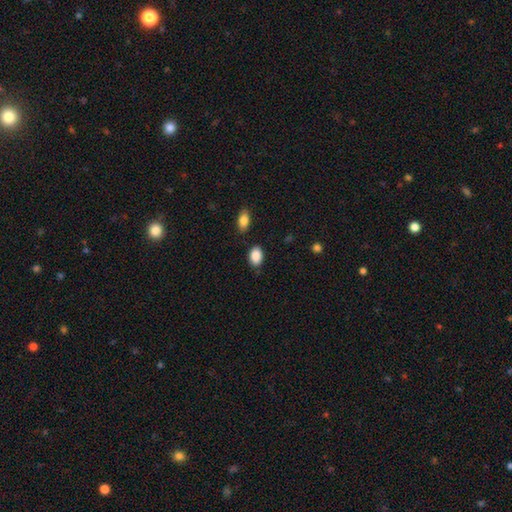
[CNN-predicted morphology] This is clearly a smooth galaxy (89%). How rounded: clearly in between (85%). Merging: clearly none (83%).